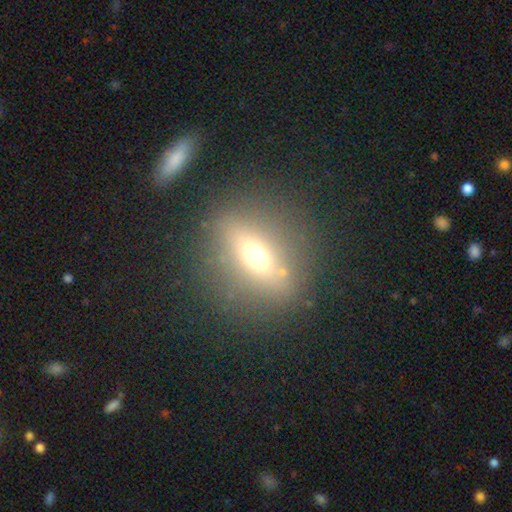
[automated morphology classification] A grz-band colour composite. It shows a smooth galaxy with no disk features (52%) that is in between round and cigar-shaped (46%). Merging: none (80%).